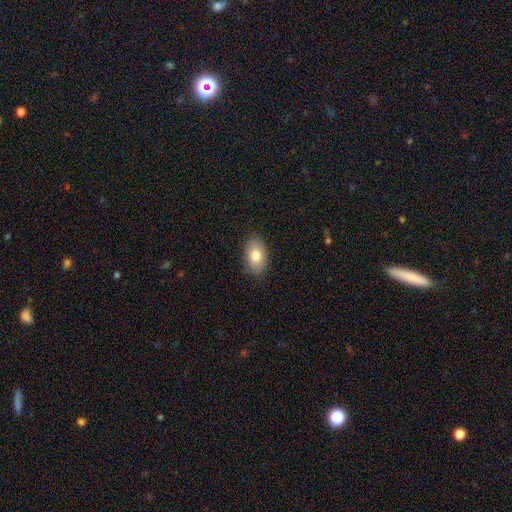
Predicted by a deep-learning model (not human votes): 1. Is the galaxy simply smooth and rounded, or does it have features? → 80% smooth, 13% featured or disk, 7% star or artifact.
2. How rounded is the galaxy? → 88% in between, 10% round, 1% cigar-shaped.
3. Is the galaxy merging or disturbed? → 85% none, 12% minor disturbance, 2% major disturbance, 1% merger.